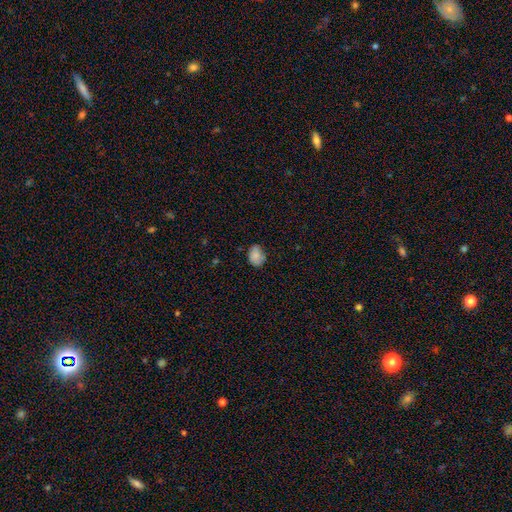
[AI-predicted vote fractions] smooth_or_featured: smooth (p=0.80) [alt: featured or disk p=0.12]
how_rounded: in between (p=0.61) [alt: round p=0.38]
merging: none (p=0.66) [alt: minor disturbance p=0.27]